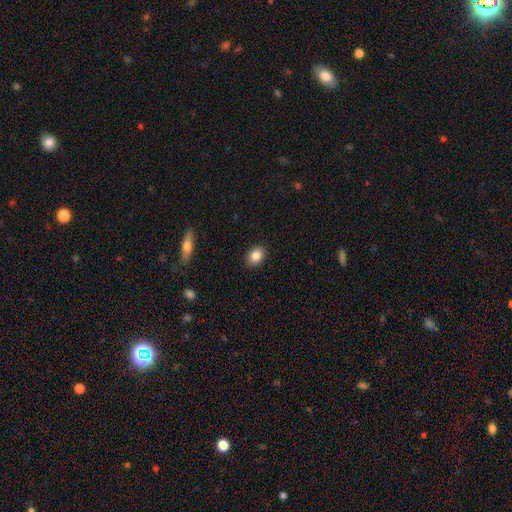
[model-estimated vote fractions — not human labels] A smooth galaxy with no disk features (86%) that is in between round and cigar-shaped (63%). Merging: none (90%).